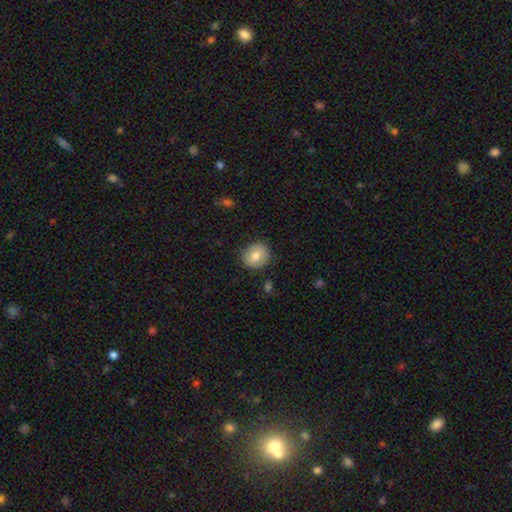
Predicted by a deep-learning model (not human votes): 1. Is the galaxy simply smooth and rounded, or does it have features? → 76% smooth, 16% featured or disk, 8% star or artifact.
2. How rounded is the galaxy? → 81% round, 18% in between, 1% cigar-shaped.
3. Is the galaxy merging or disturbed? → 84% none, 12% minor disturbance, 2% major disturbance, 1% merger.